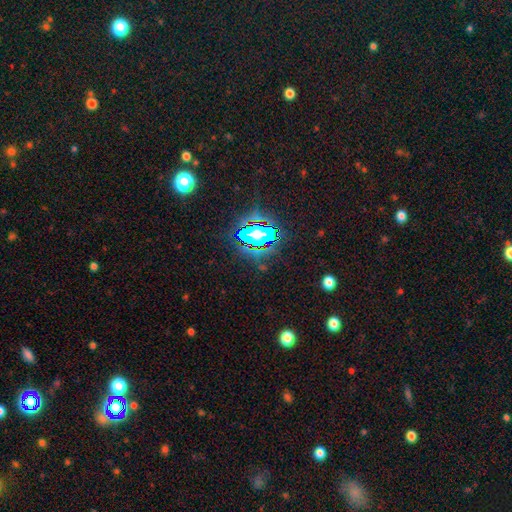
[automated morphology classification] This appears to be a star or artifact, not a galaxy (82%).